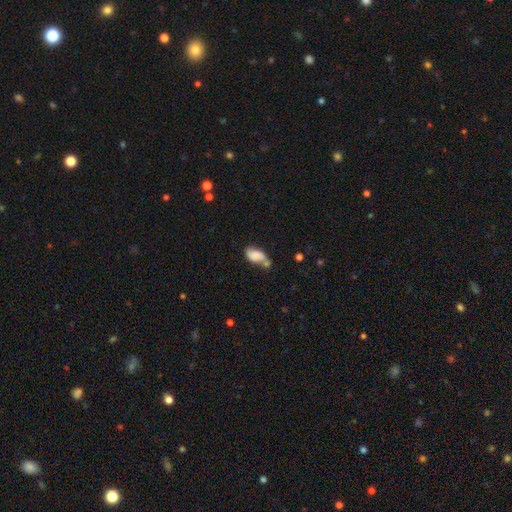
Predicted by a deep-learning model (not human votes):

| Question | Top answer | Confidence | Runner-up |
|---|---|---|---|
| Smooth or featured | smooth | 75% | featured or disk (16%) |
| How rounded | in between | 90% | round (6%) |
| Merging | none | 35% | merger (28%) |